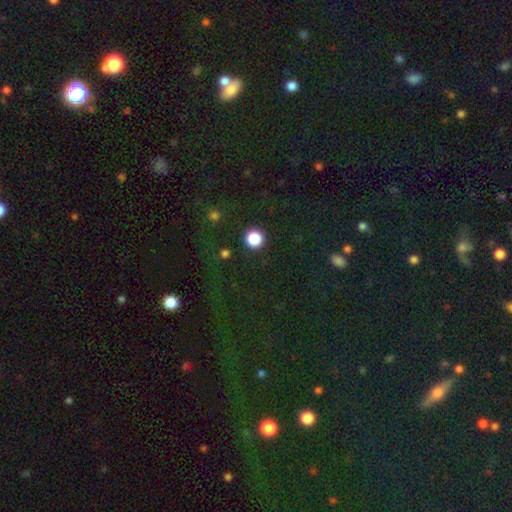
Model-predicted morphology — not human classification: Overall: star or artifact (65%; smooth 27%).